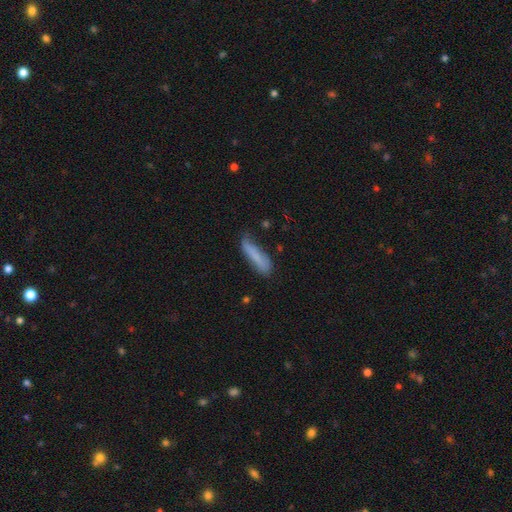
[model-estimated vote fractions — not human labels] Smooth or featured: smooth — 74% (featured or disk — 19%)
How rounded: cigar-shaped — 75% (in between — 23%)
Merging: none — 54% (minor disturbance — 32%)